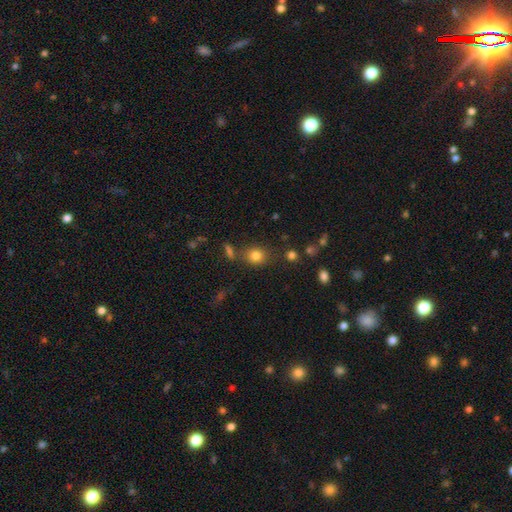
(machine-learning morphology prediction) Overall: smooth (81%). How rounded: round (70%). Merging: none (75%).